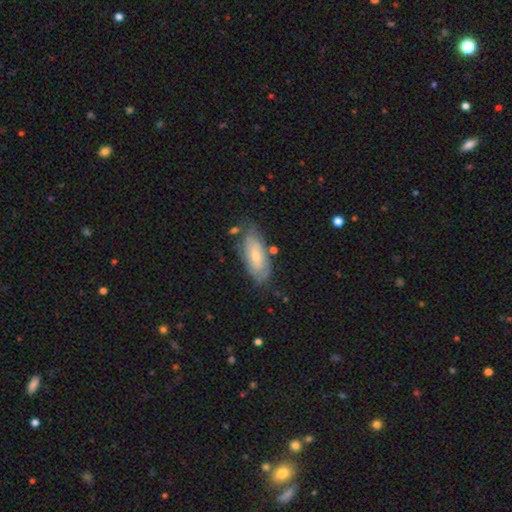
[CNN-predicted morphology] Q: Smooth or featured?
A: featured or disk (52%); runner-up: smooth (41%)
Q: Edge-on disk?
A: no (86%); runner-up: yes (14%)
Q: Merging?
A: none (72%); runner-up: minor disturbance (20%)